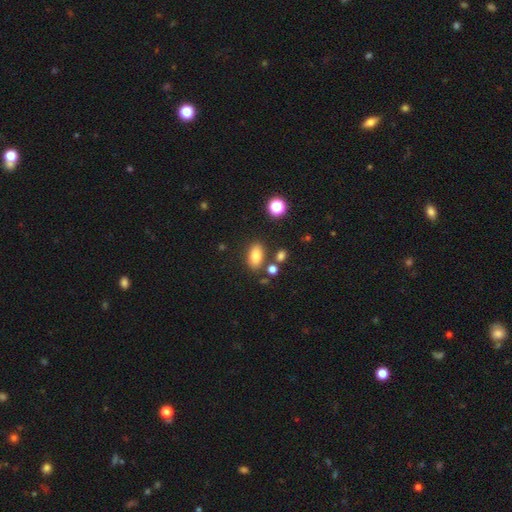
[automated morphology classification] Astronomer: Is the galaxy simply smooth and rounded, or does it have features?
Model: smooth — 80%.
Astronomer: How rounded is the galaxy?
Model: in between — 89%.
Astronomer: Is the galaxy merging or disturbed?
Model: none — 79%.